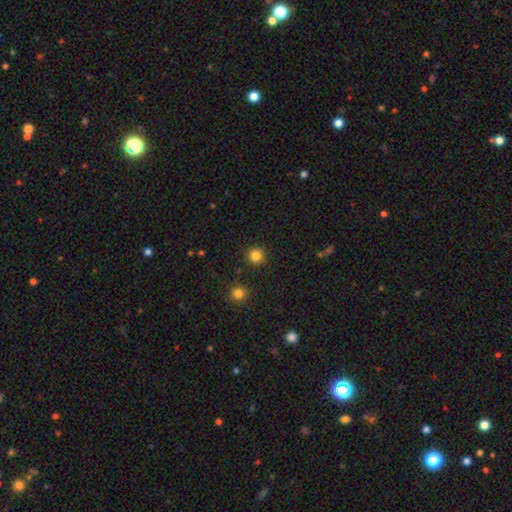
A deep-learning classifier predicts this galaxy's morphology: Overall: smooth (83%). How rounded: round (95%). Merging: none (91%).